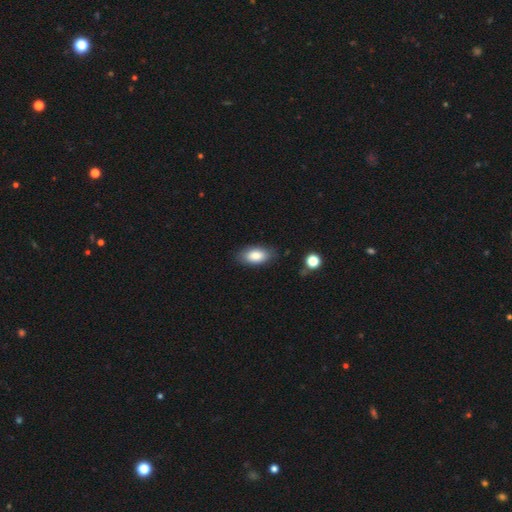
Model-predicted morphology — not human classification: Smooth or featured?
  - smooth: 84% *
  - featured or disk: 9%
  - star or artifact: 7%
How rounded?
  - in between: 91% *
  - cigar-shaped: 5%
  - round: 4%
Merging?
  - none: 81% *
  - minor disturbance: 14%
  - major disturbance: 3%
  - merger: 2%